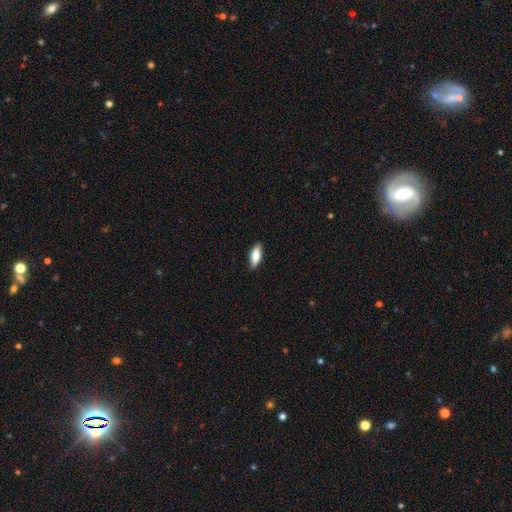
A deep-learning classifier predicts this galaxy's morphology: Smooth or featured? Predicted: smooth (p=0.79). How rounded? Predicted: in between (p=0.71). Merging? Predicted: none (p=0.87).